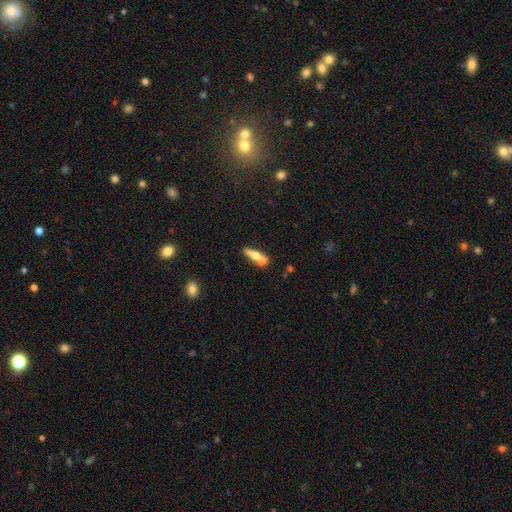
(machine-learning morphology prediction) Smooth or featured: smooth — 48% (featured or disk — 45%)
Merging: none — 57% (minor disturbance — 19%)